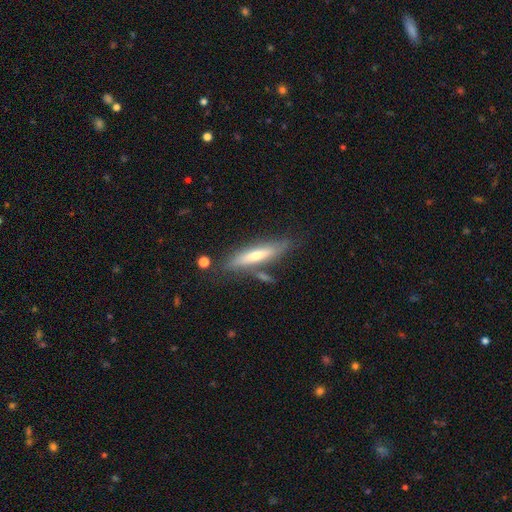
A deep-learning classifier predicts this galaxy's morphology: This appears to be a featured or disk galaxy (49%). Merging: none (71%).